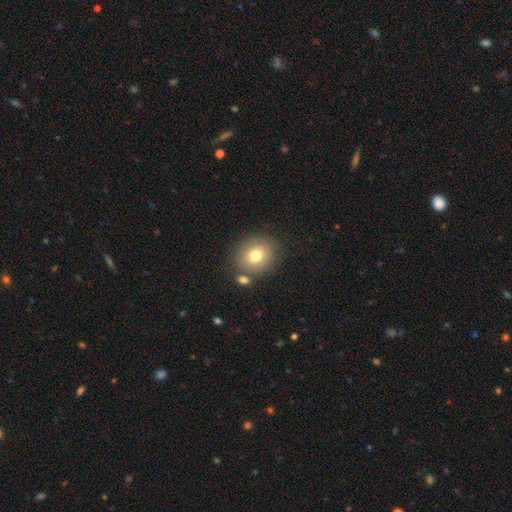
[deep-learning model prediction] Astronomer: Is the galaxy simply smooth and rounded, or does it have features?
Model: smooth — 76%.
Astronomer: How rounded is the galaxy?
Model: round — 78%.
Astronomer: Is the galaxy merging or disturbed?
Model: none — 77%.